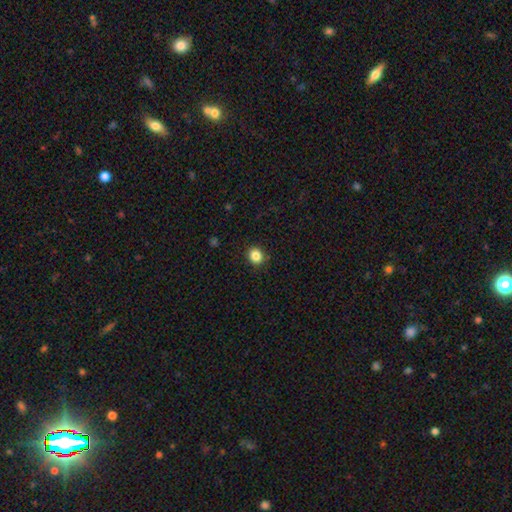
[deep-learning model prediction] smooth-or-featured: smooth: 86% | star or artifact: 11% | featured or disk: 4%
  how-rounded: round: 75% | in between: 24% | cigar-shaped: 1%
  merging: none: 91% | minor disturbance: 6% | major disturbance: 2% | merger: 1%